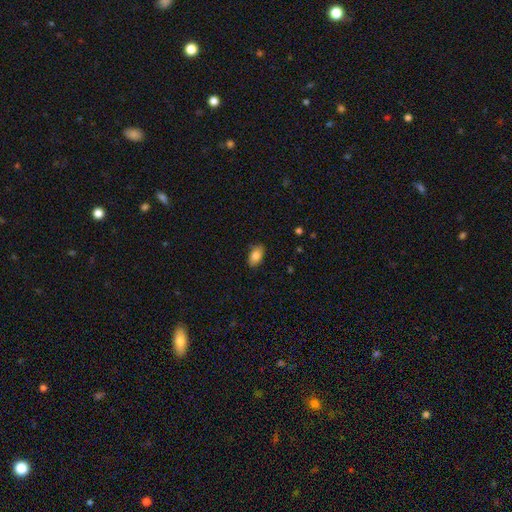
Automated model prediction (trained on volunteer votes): Overall: smooth (85%). How rounded: in between (92%). Merging: none (85%).